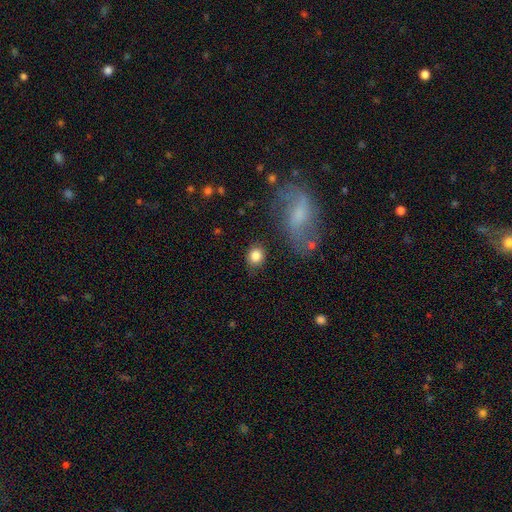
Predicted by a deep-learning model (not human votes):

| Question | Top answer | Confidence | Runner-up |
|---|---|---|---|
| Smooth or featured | smooth | 83% | star or artifact (9%) |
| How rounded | round | 70% | in between (29%) |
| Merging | none | 82% | minor disturbance (11%) |